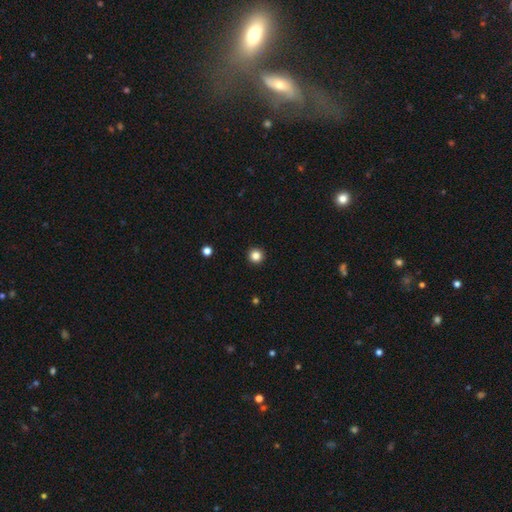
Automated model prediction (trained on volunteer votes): Morphology: type=smooth (84%); roundness=round (96%); merging=none (94%).